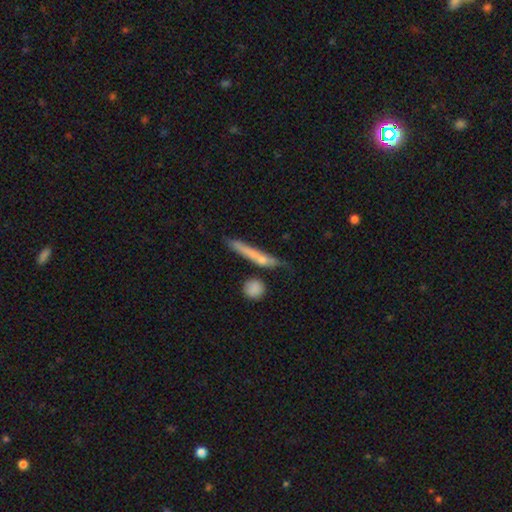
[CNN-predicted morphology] This appears to be a smooth galaxy with no disk features (55%) that is cigar-shaped (88%). Merging: none (59%).